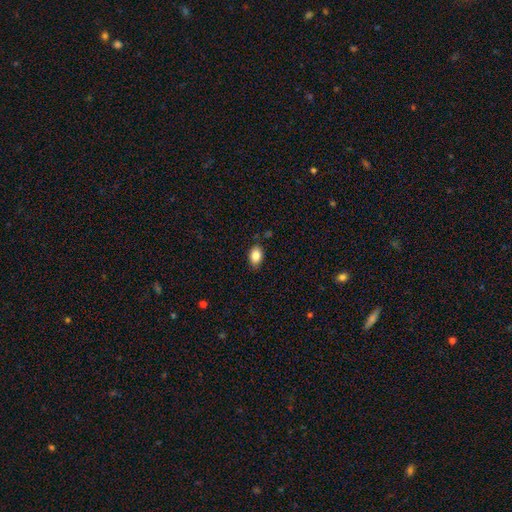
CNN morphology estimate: A smooth galaxy with no disk features (85%) that is in between round and cigar-shaped (85%).

Vote fractions:
- Smooth or featured? smooth: 85% / star or artifact: 8% / featured or disk: 7%
- How rounded? in between: 85% / round: 14% / cigar-shaped: 1%
- Merging? none: 82% / minor disturbance: 14% / major disturbance: 3% / merger: 2%